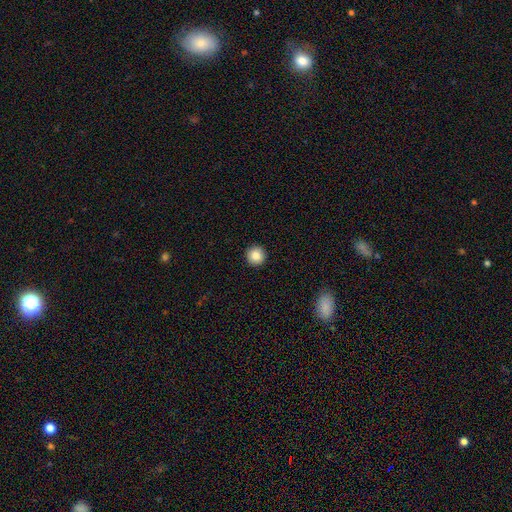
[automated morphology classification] The model was most divided on "smooth or featured": smooth: 86%, star or artifact: 9%, featured or disk: 5%. More confident: how rounded — round (96%); merging — none (94%).